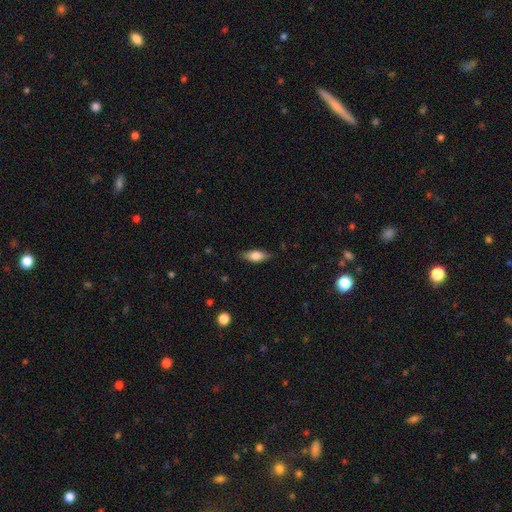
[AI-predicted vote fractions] Morphology: type=smooth (72%); roundness=in between (75%); merging=none (84%).